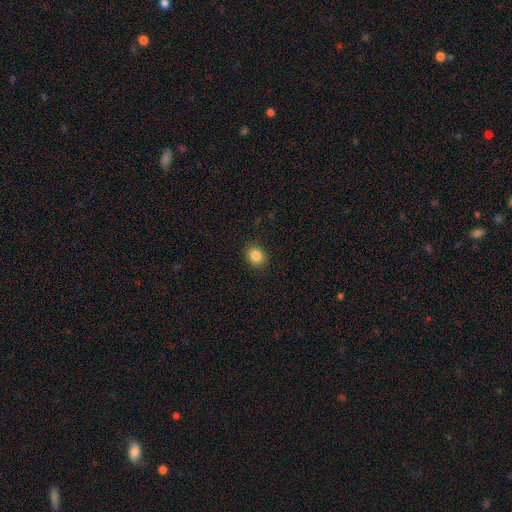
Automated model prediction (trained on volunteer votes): smooth_or_featured: smooth (p=0.85) [alt: star or artifact p=0.10]
how_rounded: round (p=0.61) [alt: in between p=0.38]
merging: none (p=0.89) [alt: minor disturbance p=0.08]